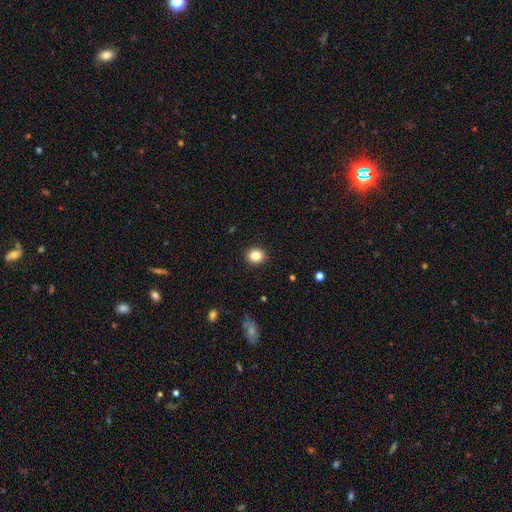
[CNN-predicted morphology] Overall: smooth (84%). How rounded: round (80%). Merging: none (92%).